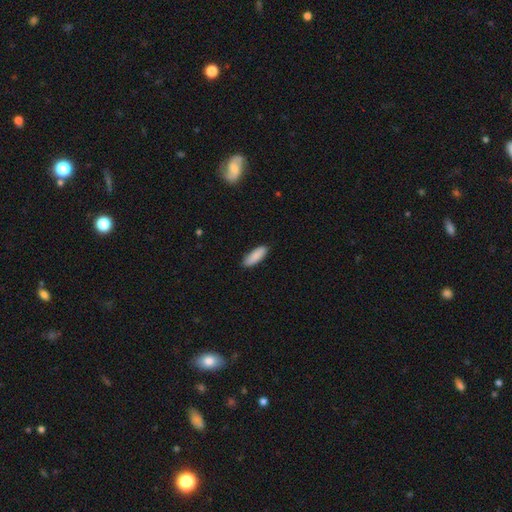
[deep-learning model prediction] A smooth galaxy with no disk features (89%) that is in between round and cigar-shaped (57%). Merging: none (88%).